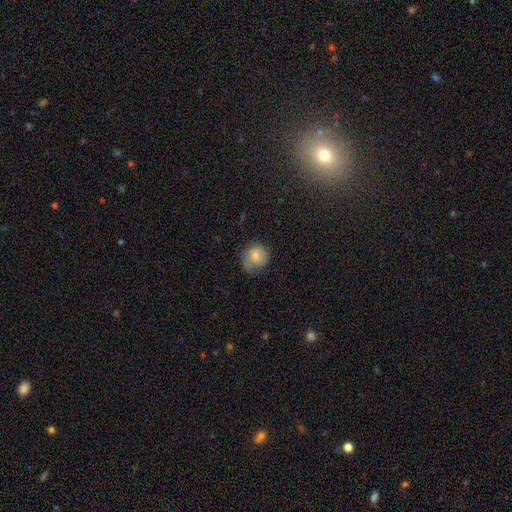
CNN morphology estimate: A smooth galaxy with no disk features (72%) that is round (79%). Merging: none (56%).